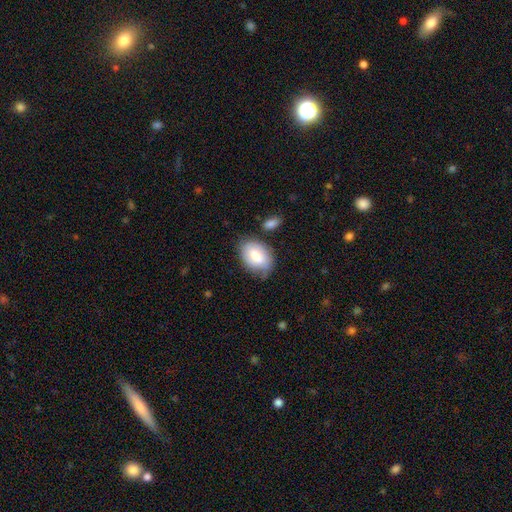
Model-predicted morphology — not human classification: A smooth galaxy with no disk features (75%) that is in between round and cigar-shaped (87%). Merging: none (65%).